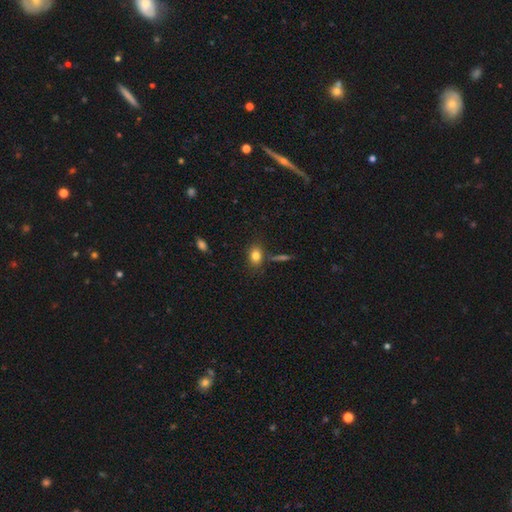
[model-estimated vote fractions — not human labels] Smooth or featured?
  - smooth: 82% *
  - star or artifact: 10%
  - featured or disk: 8%
How rounded?
  - in between: 66% *
  - round: 31%
  - cigar-shaped: 2%
Merging?
  - none: 77% *
  - minor disturbance: 13%
  - merger: 7%
  - major disturbance: 4%